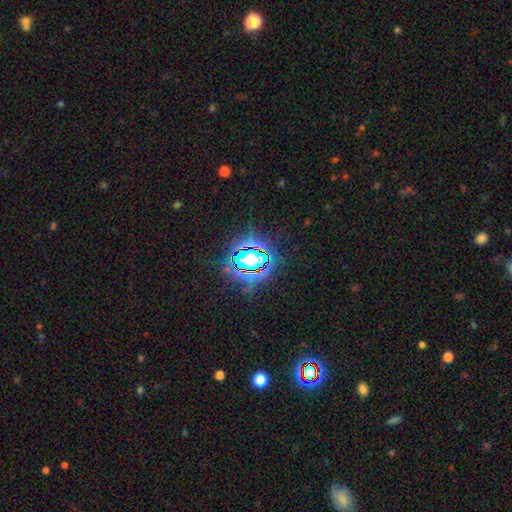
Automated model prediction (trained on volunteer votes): Smooth or featured? star or artifact (75%)